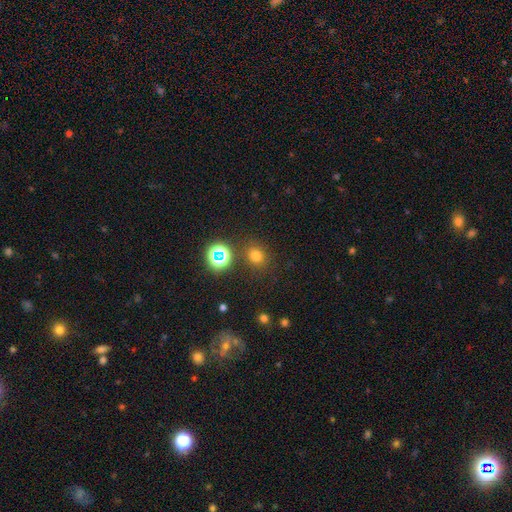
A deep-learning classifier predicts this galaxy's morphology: Smooth or featured?
  - smooth: 71% *
  - star or artifact: 22%
  - featured or disk: 6%
How rounded?
  - round: 72% *
  - in between: 27%
  - cigar-shaped: 1%
Merging?
  - none: 83% *
  - minor disturbance: 9%
  - merger: 4%
  - major disturbance: 4%